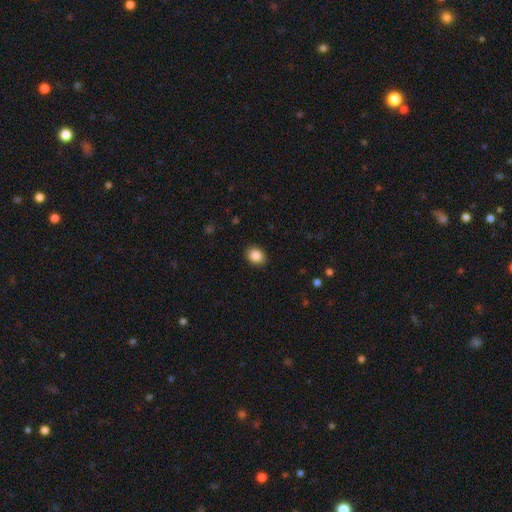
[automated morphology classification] Overall: smooth (88%). How rounded: round (51%; in between 48%). Merging: none (89%).